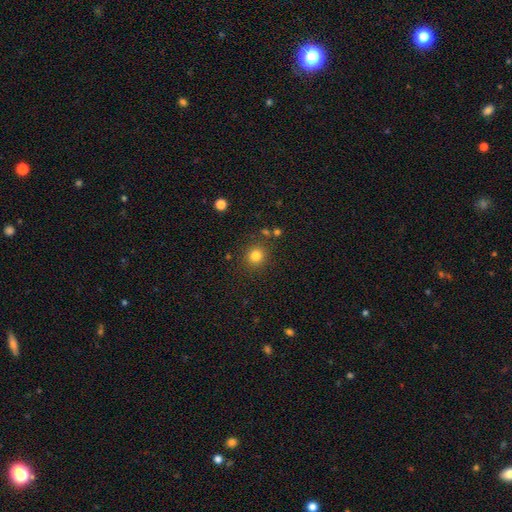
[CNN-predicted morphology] The model was most divided on "smooth or featured": smooth: 82%, star or artifact: 13%, featured or disk: 5%. More confident: how rounded — round (90%); merging — none (87%).